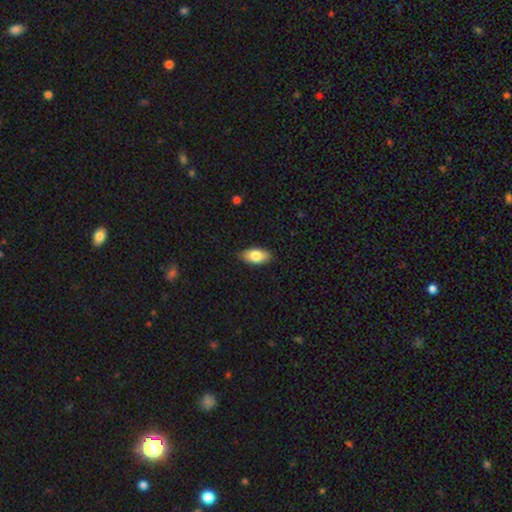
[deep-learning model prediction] smooth_or_featured: smooth (p=0.81) [alt: featured or disk p=0.12]
how_rounded: in between (p=0.92) [alt: round p=0.04]
merging: none (p=0.85) [alt: minor disturbance p=0.12]